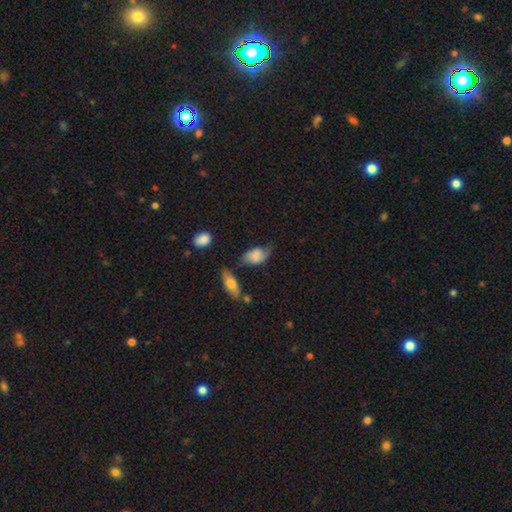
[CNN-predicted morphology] Overall: smooth (60%; featured or disk 32%). How rounded: in between (87%). Merging: none (47%; minor disturbance 33%).